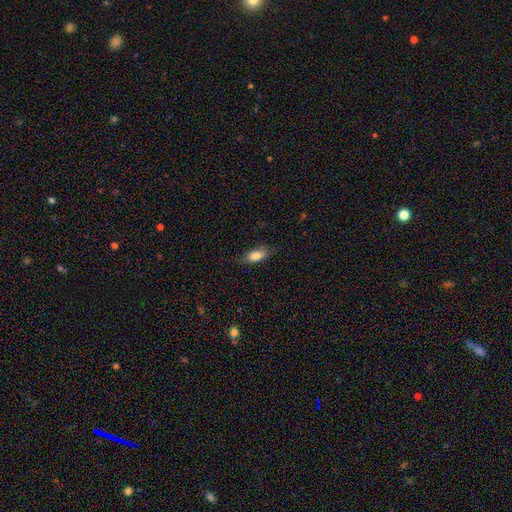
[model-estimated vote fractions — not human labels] smooth-or-featured: smooth: 81% | featured or disk: 11% | star or artifact: 7%
  how-rounded: in between: 80% | cigar-shaped: 17% | round: 3%
  merging: none: 76% | minor disturbance: 18% | major disturbance: 5% | merger: 1%